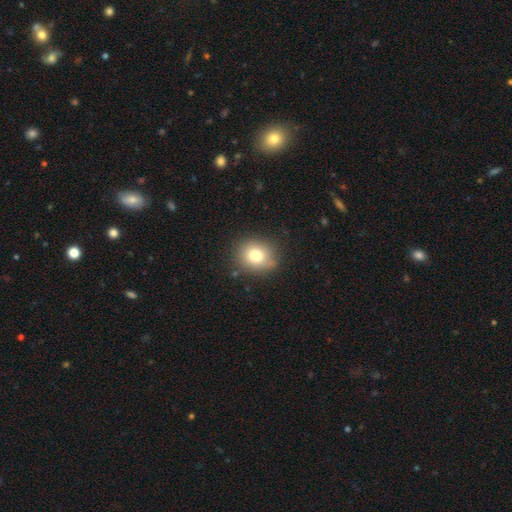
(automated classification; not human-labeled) smooth_or_featured: smooth (p=0.77) [alt: star or artifact p=0.12]
how_rounded: round (p=0.72) [alt: in between p=0.27]
merging: none (p=0.83) [alt: minor disturbance p=0.12]